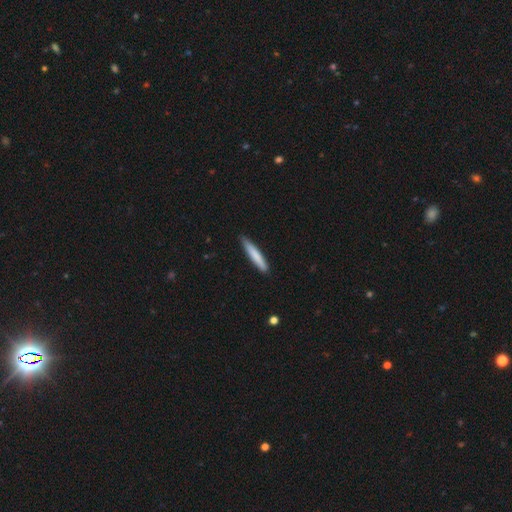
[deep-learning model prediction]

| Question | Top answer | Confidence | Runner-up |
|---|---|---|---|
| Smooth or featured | smooth | 78% | featured or disk (17%) |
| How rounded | cigar-shaped | 93% | in between (6%) |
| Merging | none | 85% | minor disturbance (12%) |